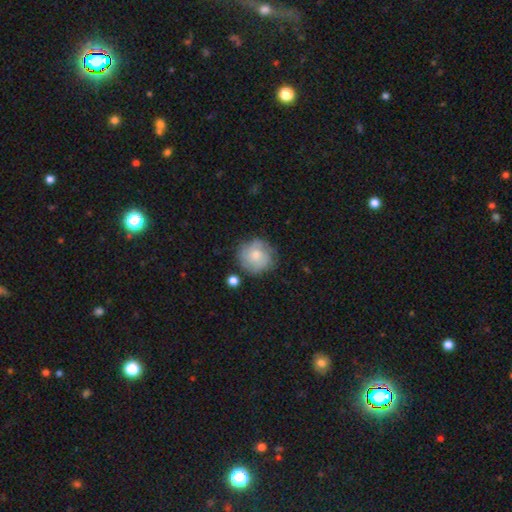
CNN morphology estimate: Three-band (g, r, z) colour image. It shows a smooth galaxy with no disk features (50%). Merging: none (72%).